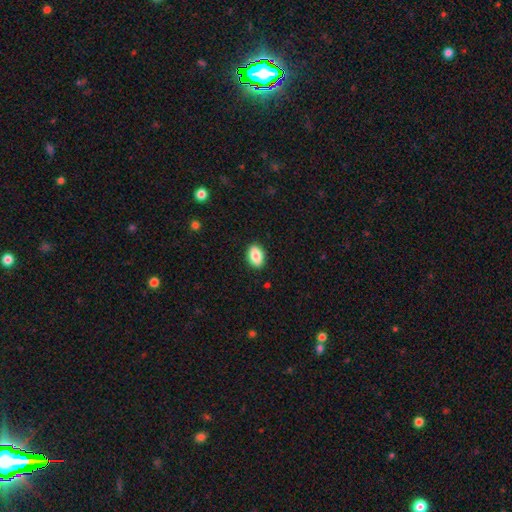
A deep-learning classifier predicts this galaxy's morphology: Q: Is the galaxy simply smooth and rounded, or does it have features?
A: smooth — 86%.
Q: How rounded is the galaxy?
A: in between — 88%.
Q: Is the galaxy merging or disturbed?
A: none — 90%.